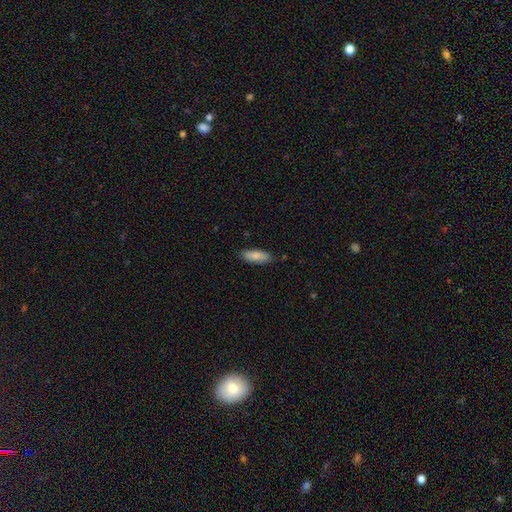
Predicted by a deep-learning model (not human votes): Smooth or featured? smooth (83%)
How rounded? in between (65%)
Merging? none (84%)